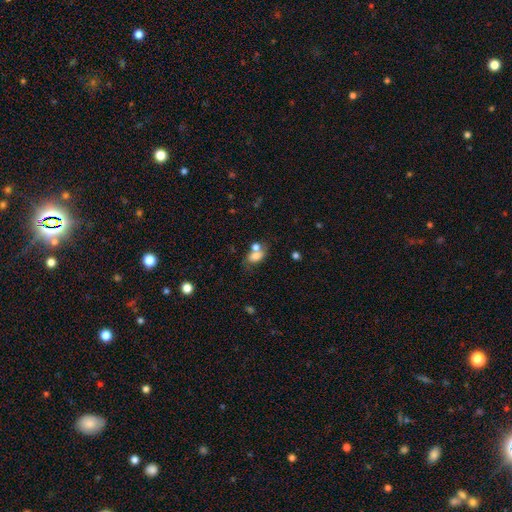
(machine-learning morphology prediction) A smooth galaxy with no disk features (70%) that is in between round and cigar-shaped (79%).

Vote fractions:
- Smooth or featured? smooth: 70% / featured or disk: 18% / star or artifact: 11%
- How rounded? in between: 79% / round: 19% / cigar-shaped: 3%
- Merging? merger: 45% / none: 33% / minor disturbance: 14% / major disturbance: 8%